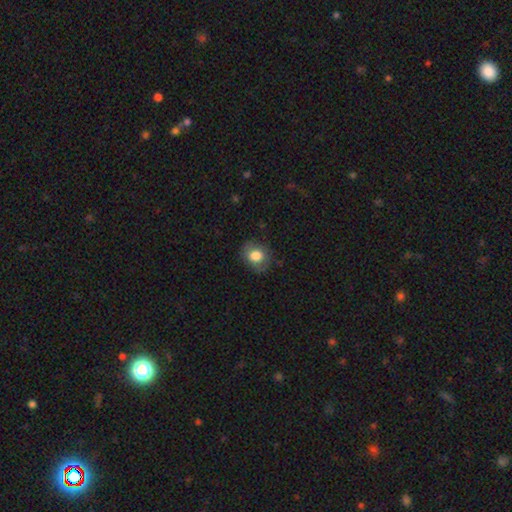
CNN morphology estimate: Smooth or featured? smooth (78%)
How rounded? round (59%)
Merging? none (80%)